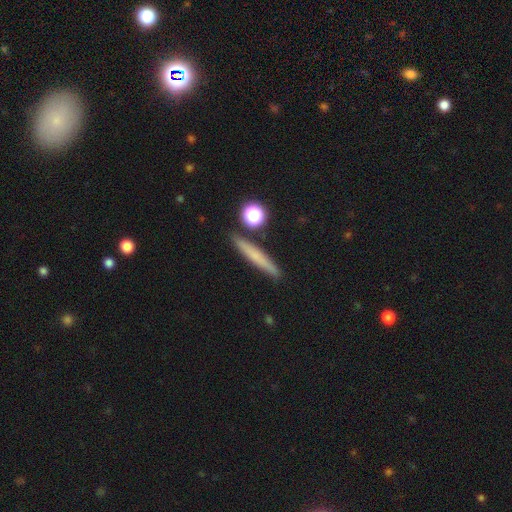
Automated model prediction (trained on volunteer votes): smooth 63%, featured or disk 28%, star or artifact 9%. Down the decision tree: how rounded — cigar-shaped (91%); merging — none (86%).